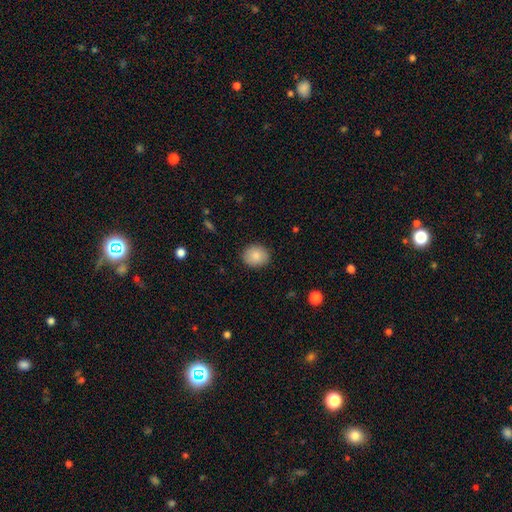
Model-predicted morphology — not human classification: Overall: smooth (87%). How rounded: round (63%; in between 36%). Merging: none (88%).